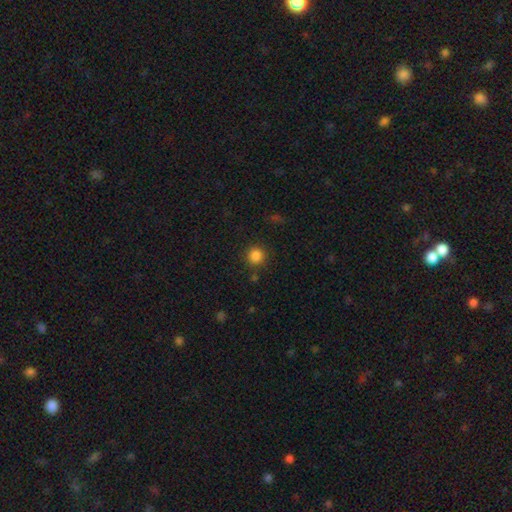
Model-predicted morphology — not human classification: smooth_or_featured: smooth (p=0.85) [alt: star or artifact p=0.12]
how_rounded: round (p=0.94) [alt: in between p=0.05]
merging: none (p=0.87) [alt: minor disturbance p=0.07]